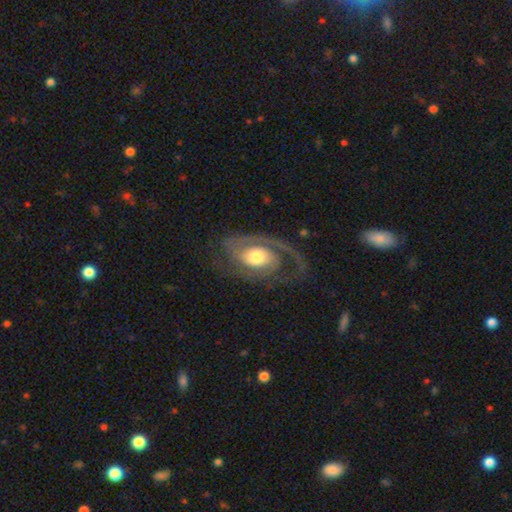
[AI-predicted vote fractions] This is clearly a featured or disk galaxy (87%). It is clearly not viewed edge-on (97%). Bar: likely no (71%). Spiral arm pattern: clearly yes (96%). Spiral arm count: likely 2 (66%). Spiral winding: marginally medium (42%). Central bulge: possibly moderate (59%). Merging: likely none (66%).